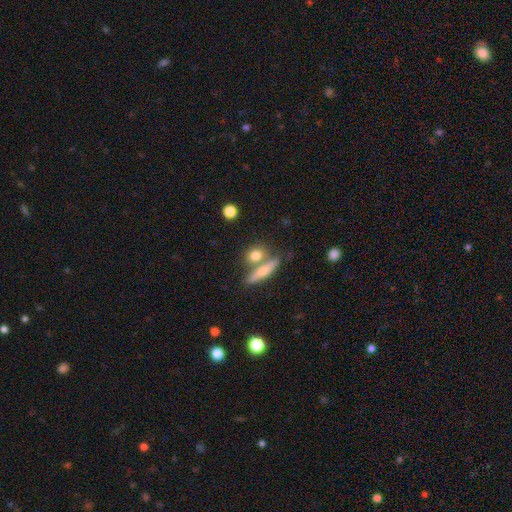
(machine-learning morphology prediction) A smooth galaxy with no disk features (72%) that is round (45%). Merging: none (53%).